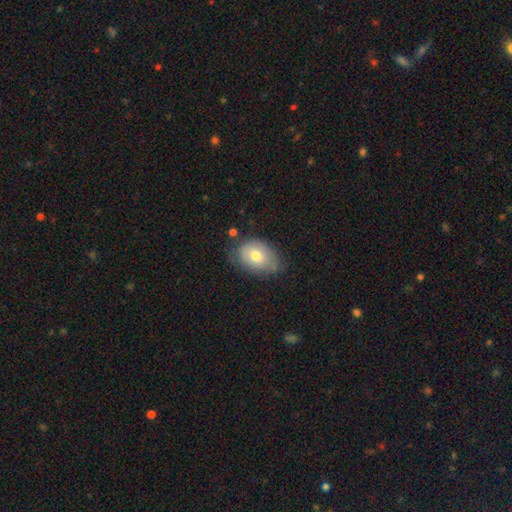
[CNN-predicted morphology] smooth-or-featured: smooth: 69% | featured or disk: 24% | star or artifact: 7%
  how-rounded: in between: 77% | round: 22% | cigar-shaped: 1%
  merging: none: 62% | minor disturbance: 29% | major disturbance: 6% | merger: 3%